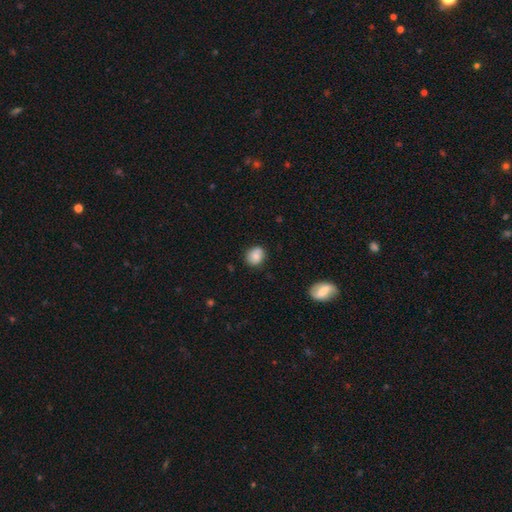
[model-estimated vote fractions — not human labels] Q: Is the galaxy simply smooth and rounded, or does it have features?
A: smooth — 80%.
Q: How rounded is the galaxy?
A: round — 64%.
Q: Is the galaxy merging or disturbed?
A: none — 76%.